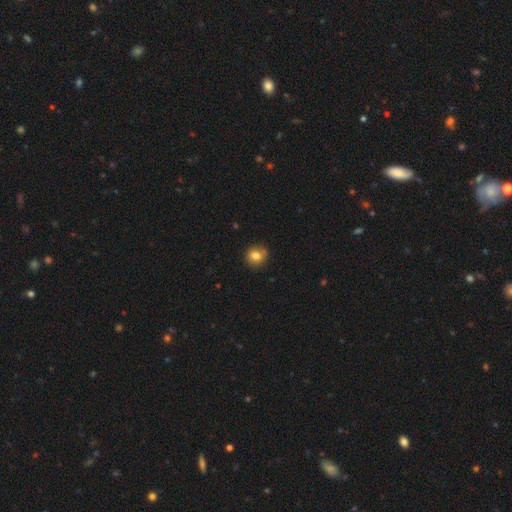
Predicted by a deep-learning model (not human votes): Overall: smooth (81%). How rounded: round (86%). Merging: none (86%).